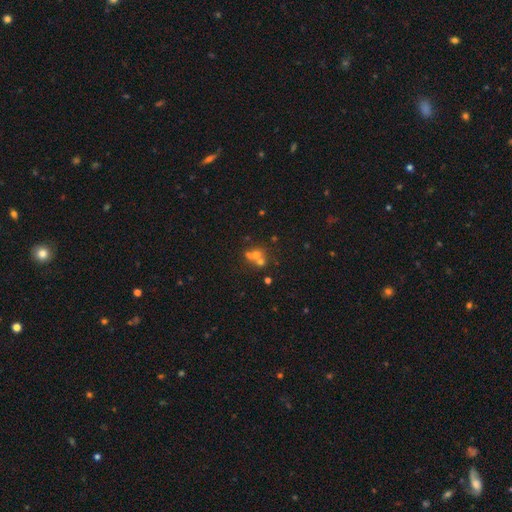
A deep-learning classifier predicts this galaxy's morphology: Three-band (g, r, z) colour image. It shows a smooth galaxy with no disk features (54%) that is round (75%). Merging: merger (53%).